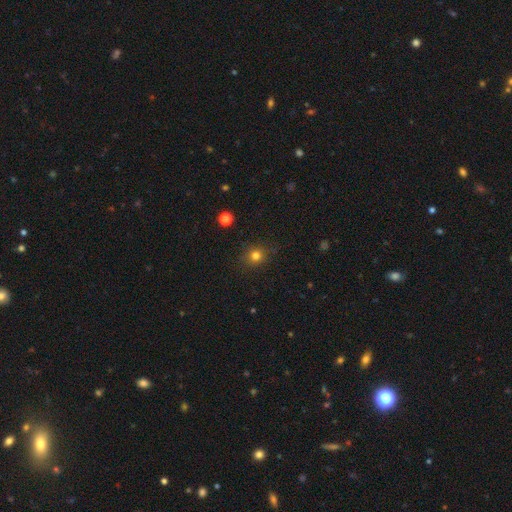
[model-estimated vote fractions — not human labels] A smooth galaxy with no disk features (78%) that is round (84%).

Vote fractions:
- Smooth or featured? smooth: 78% / star or artifact: 15% / featured or disk: 6%
- How rounded? round: 84% / in between: 15% / cigar-shaped: 1%
- Merging? none: 85% / minor disturbance: 10% / major disturbance: 3% / merger: 1%